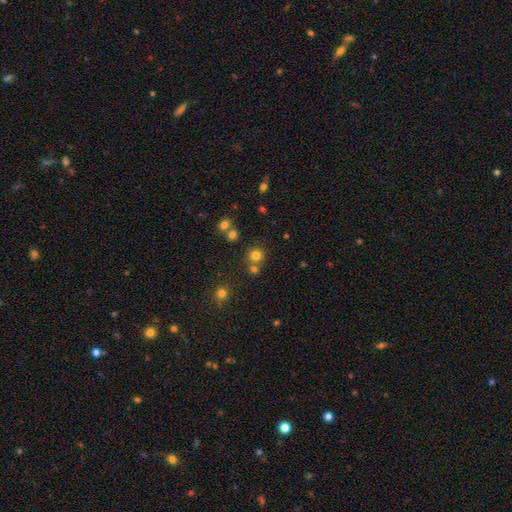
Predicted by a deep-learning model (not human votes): Smooth or featured?
  - smooth: 75% *
  - star or artifact: 18%
  - featured or disk: 7%
How rounded?
  - round: 92% *
  - in between: 7%
  - cigar-shaped: 1%
Merging?
  - none: 72% *
  - merger: 18%
  - minor disturbance: 7%
  - major disturbance: 3%